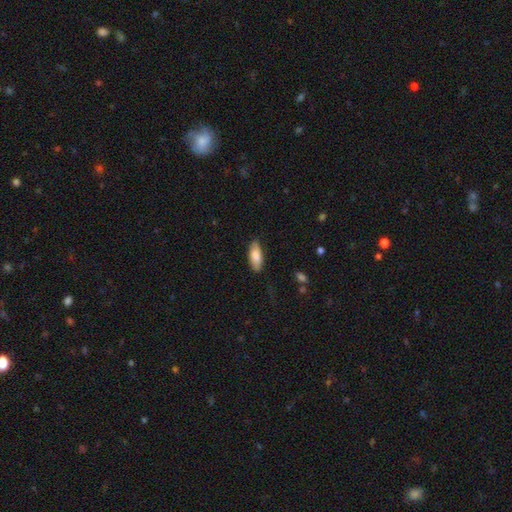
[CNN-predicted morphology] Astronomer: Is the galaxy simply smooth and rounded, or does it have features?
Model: smooth — 83%.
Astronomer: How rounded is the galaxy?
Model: in between — 79%.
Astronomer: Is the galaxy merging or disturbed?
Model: none — 81%.